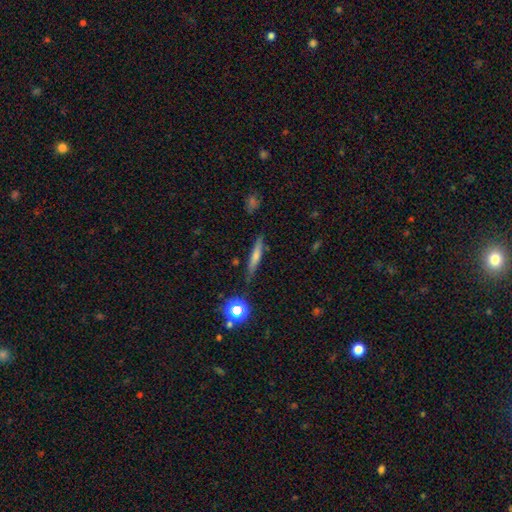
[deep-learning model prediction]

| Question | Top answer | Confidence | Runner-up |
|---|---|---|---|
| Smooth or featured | smooth | 52% | featured or disk (36%) |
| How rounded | cigar-shaped | 88% | in between (8%) |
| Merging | none | 84% | minor disturbance (11%) |